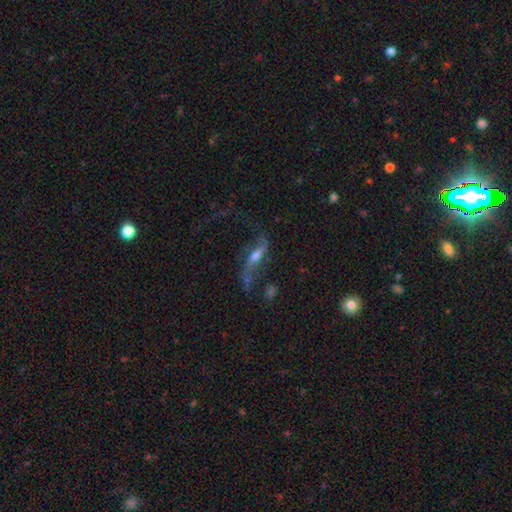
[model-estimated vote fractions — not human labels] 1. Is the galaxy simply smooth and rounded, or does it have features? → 64% featured or disk, 26% smooth, 10% star or artifact.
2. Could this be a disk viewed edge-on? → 64% no, 36% yes.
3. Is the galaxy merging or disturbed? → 41% none, 31% major disturbance, 20% minor disturbance, 8% merger.